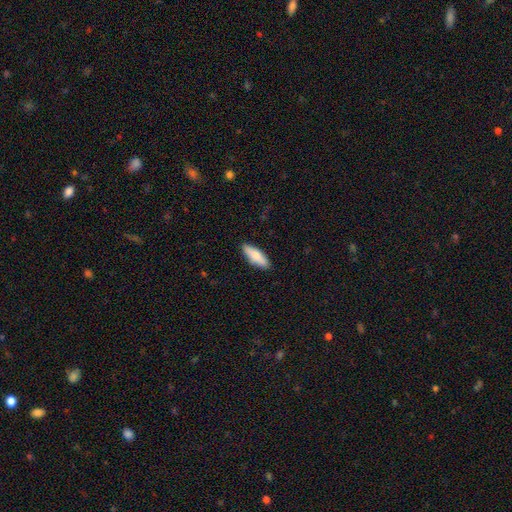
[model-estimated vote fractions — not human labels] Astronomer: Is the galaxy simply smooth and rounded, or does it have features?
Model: smooth — 82%.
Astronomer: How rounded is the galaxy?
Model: in between — 59% (runner-up: cigar-shaped, 39%).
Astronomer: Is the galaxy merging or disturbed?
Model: none — 88%.